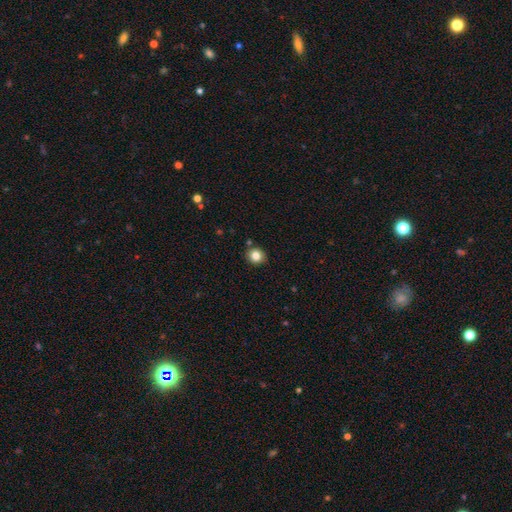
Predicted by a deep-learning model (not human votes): Q: Smooth or featured?
A: smooth (82%); runner-up: star or artifact (11%)
Q: How rounded?
A: round (84%); runner-up: in between (15%)
Q: Merging?
A: none (88%); runner-up: minor disturbance (8%)